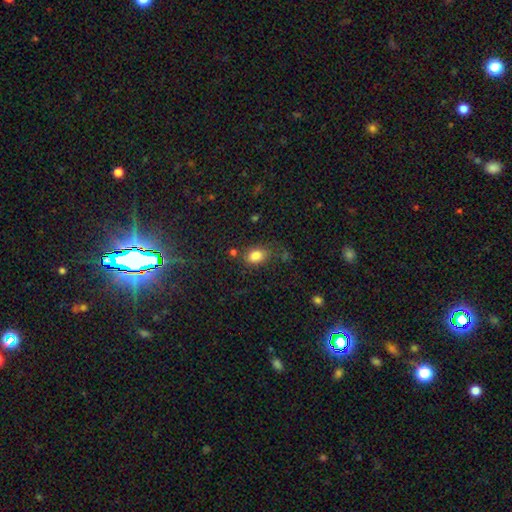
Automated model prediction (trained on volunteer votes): Morphology: type=smooth (83%); roundness=in between (81%); merging=none (70%).